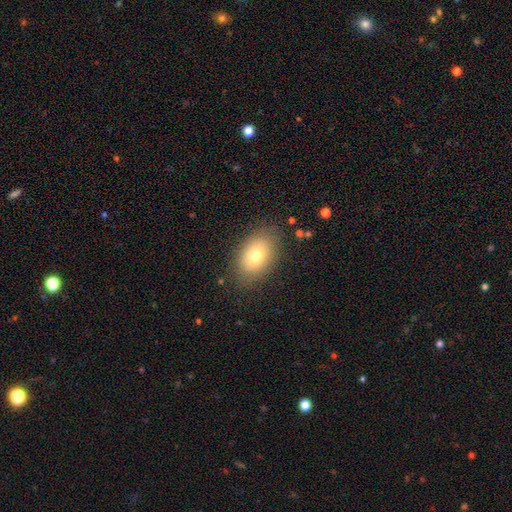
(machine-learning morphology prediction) A smooth galaxy with no disk features (74%) that is in between round and cigar-shaped (82%).

Vote fractions:
- Smooth or featured? smooth: 74% / featured or disk: 16% / star or artifact: 10%
- How rounded? in between: 82% / round: 17% / cigar-shaped: 1%
- Merging? none: 82% / minor disturbance: 12% / major disturbance: 4% / merger: 1%